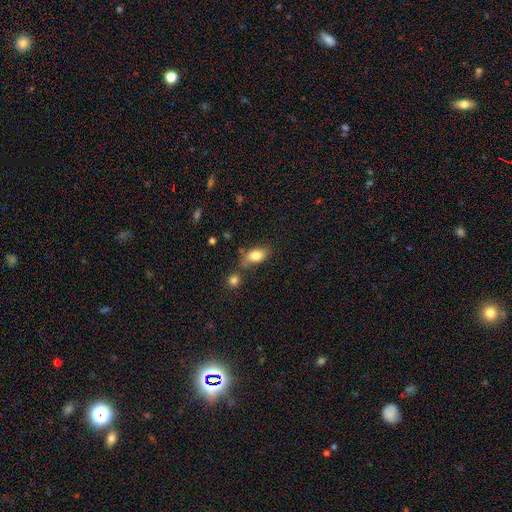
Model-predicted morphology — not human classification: Overall: smooth (80%). How rounded: in between (86%). Merging: none (57%; minor disturbance 20%).